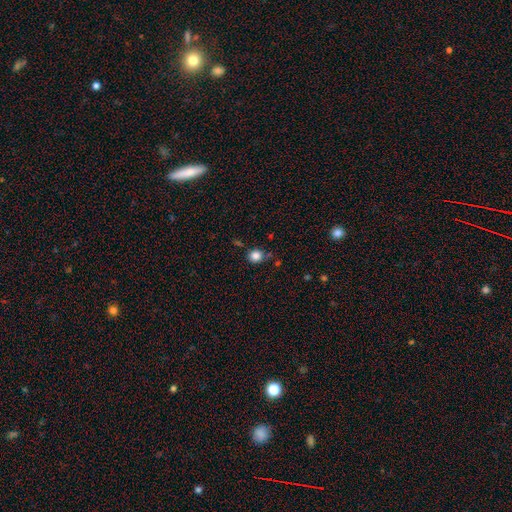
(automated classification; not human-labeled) Overall: smooth (84%). How rounded: round (87%). Merging: none (76%).